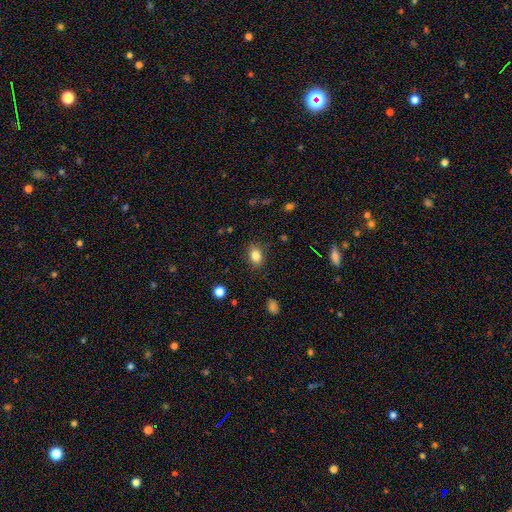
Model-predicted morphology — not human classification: Smooth or featured? smooth (84%)
How rounded? in between (71%)
Merging? none (84%)